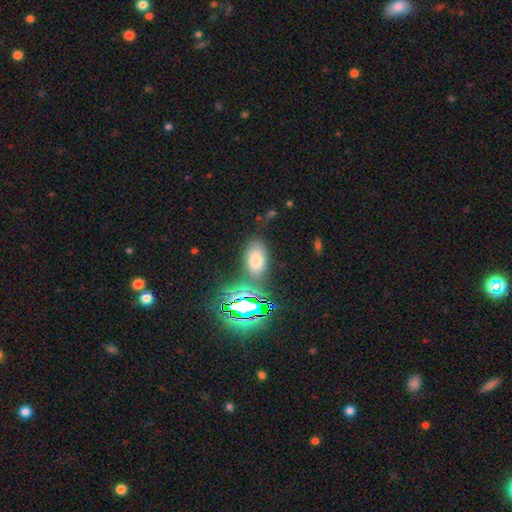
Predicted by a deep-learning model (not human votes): smooth-or-featured: smooth: 59% | star or artifact: 30% | featured or disk: 10%
  how-rounded: in between: 90% | round: 8% | cigar-shaped: 2%
  merging: none: 75% | minor disturbance: 12% | merger: 8% | major disturbance: 5%